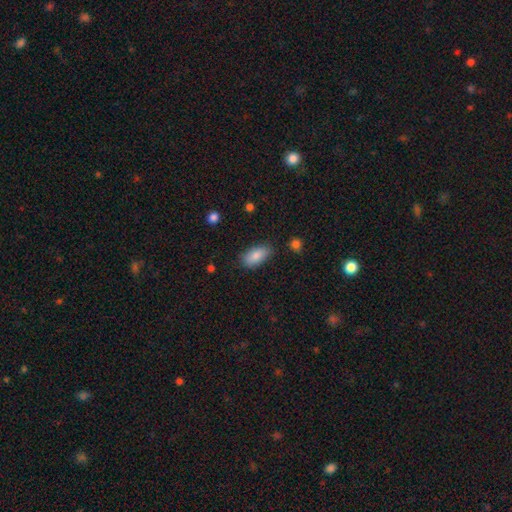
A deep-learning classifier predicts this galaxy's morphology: Overall: smooth (85%). How rounded: in between (91%). Merging: none (79%).